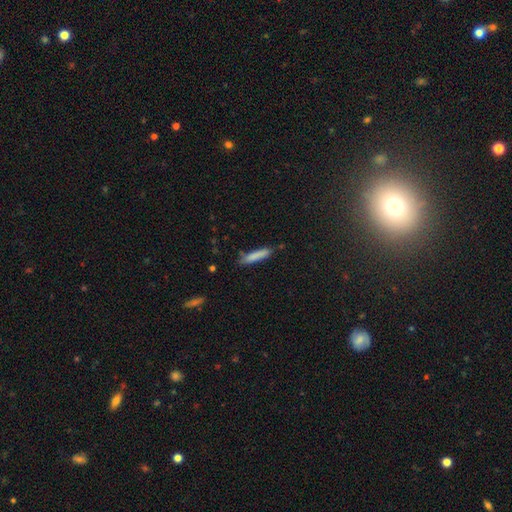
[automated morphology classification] smooth 83%, featured or disk 10%, star or artifact 7%. Down the decision tree: how rounded — cigar-shaped (86%); merging — none (78%).